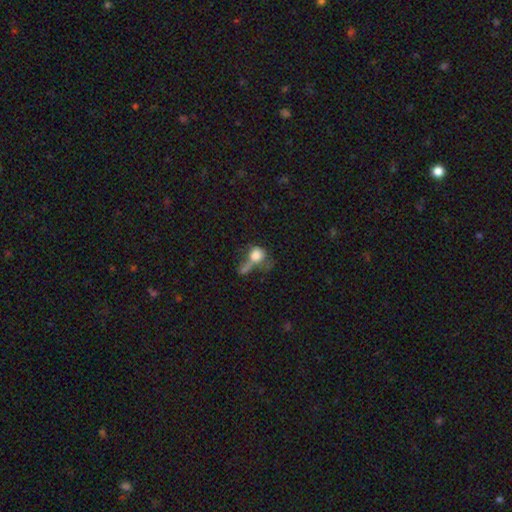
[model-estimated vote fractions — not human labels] Q: Smooth or featured?
A: smooth (69%); runner-up: featured or disk (20%)
Q: How rounded?
A: round (54%); runner-up: in between (43%)
Q: Merging?
A: major disturbance (34%); tied with: merger (34%)